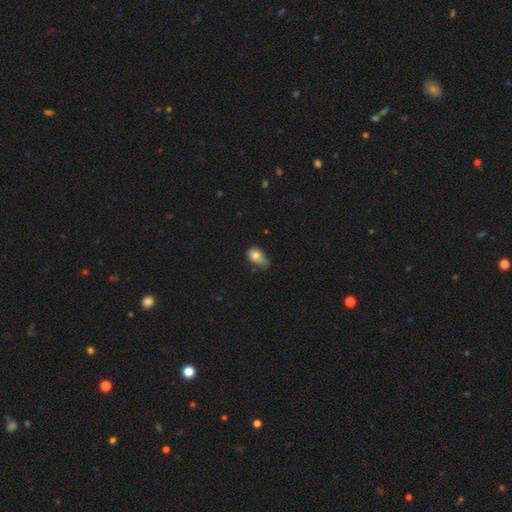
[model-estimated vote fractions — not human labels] This is clearly a smooth galaxy (80%). How rounded: clearly in between (86%). Merging: possibly minor disturbance (47%).